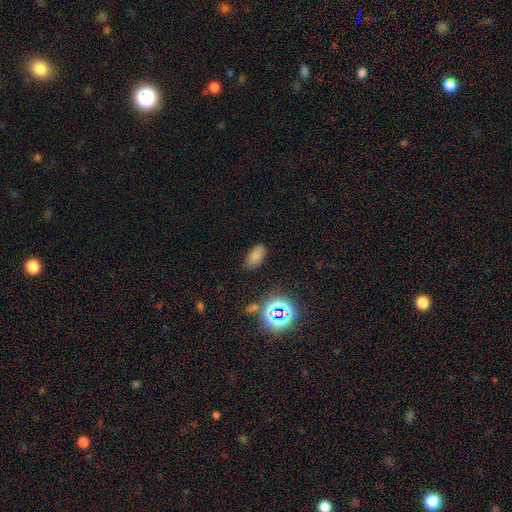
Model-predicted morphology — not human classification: smooth-or-featured: smooth: 73% | star or artifact: 21% | featured or disk: 7%
  how-rounded: in between: 91% | round: 4% | cigar-shaped: 4%
  merging: none: 77% | minor disturbance: 16% | major disturbance: 5% | merger: 2%